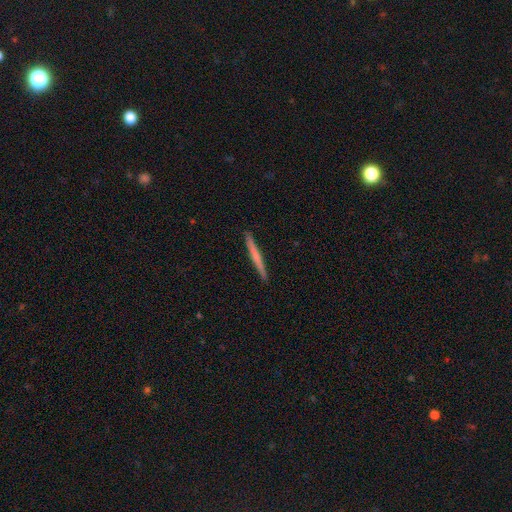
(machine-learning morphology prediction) Smooth or featured? Predicted: smooth (p=0.55). How rounded? Predicted: cigar-shaped (p=0.97). Merging? Predicted: none (p=0.93).